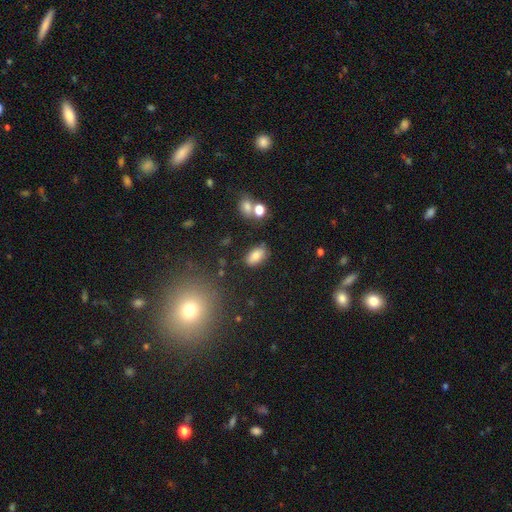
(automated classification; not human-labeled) smooth-or-featured: smooth: 81% | star or artifact: 10% | featured or disk: 10%
  how-rounded: in between: 92% | round: 5% | cigar-shaped: 3%
  merging: none: 78% | minor disturbance: 14% | merger: 5% | major disturbance: 4%